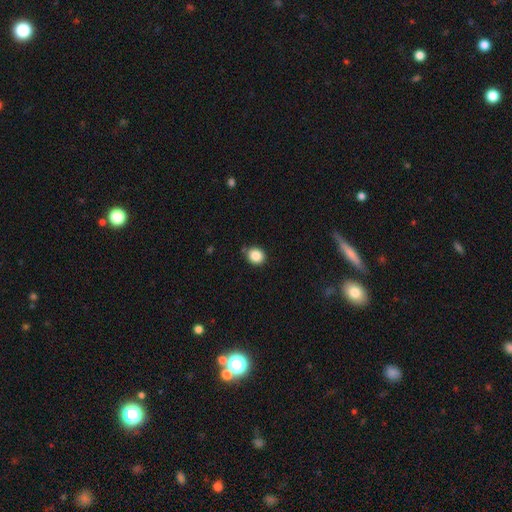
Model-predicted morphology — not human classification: This appears to be a smooth galaxy with no disk features (86%) that is round (77%). Merging: none (80%).